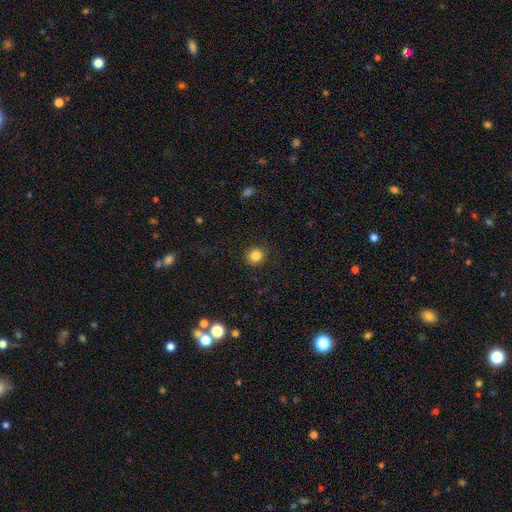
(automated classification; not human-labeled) Q: Smooth or featured?
A: smooth (84%); runner-up: star or artifact (11%)
Q: How rounded?
A: round (89%); runner-up: in between (10%)
Q: Merging?
A: none (89%); runner-up: minor disturbance (7%)